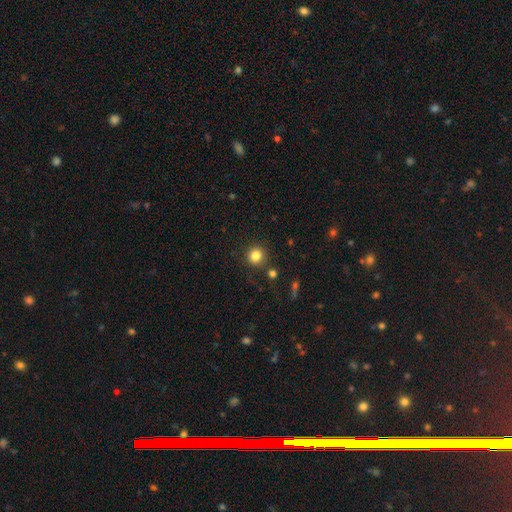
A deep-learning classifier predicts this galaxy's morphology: This appears to be a smooth galaxy with no disk features (83%) that is round (91%). Merging: none (87%).